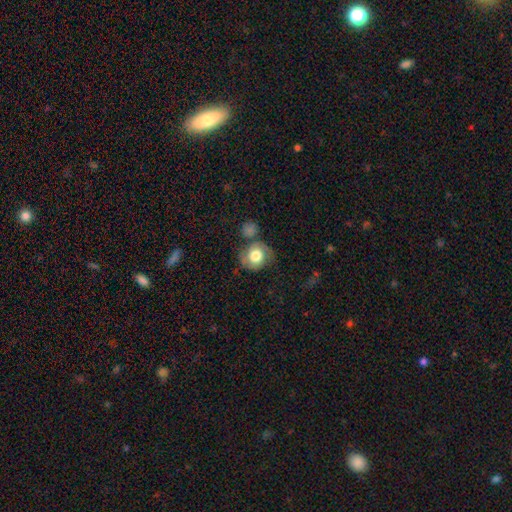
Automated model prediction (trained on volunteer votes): Smooth or featured: smooth — 57% (featured or disk — 36%)
How rounded: round — 72% (in between — 26%)
Merging: none — 57% (minor disturbance — 23%)